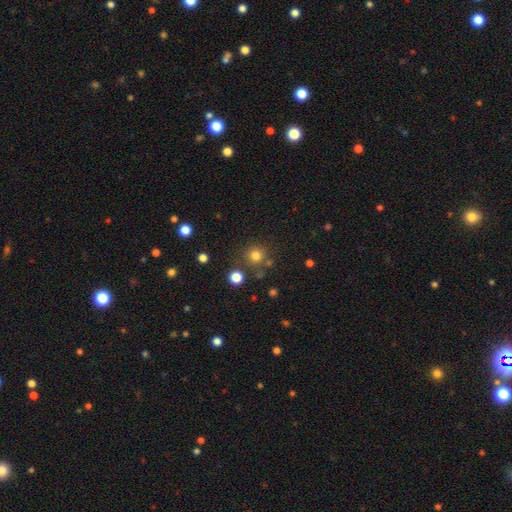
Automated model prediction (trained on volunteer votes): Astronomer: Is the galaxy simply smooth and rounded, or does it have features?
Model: smooth — 78%.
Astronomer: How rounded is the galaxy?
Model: round — 94%.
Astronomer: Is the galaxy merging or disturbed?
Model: none — 80%.